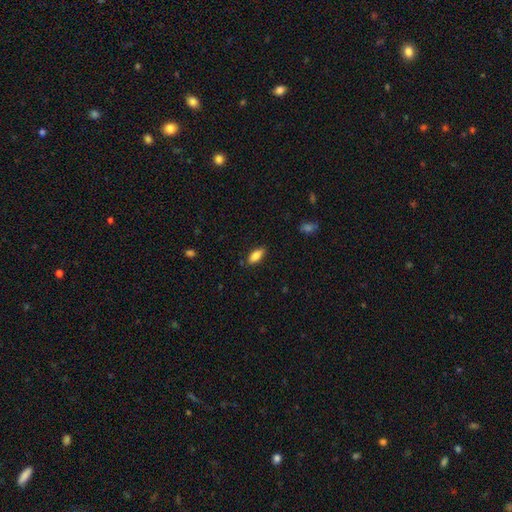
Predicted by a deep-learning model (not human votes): smooth 84%, featured or disk 9%, star or artifact 7%. Down the decision tree: how rounded — in between (84%); merging — none (85%).